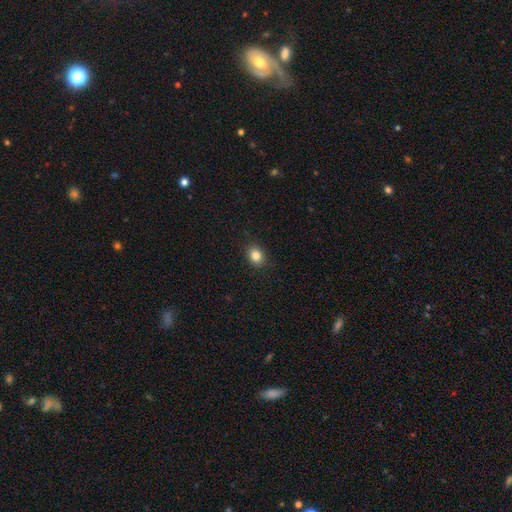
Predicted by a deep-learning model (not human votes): The model was most divided on "how rounded": round: 56%, in between: 43%, cigar-shaped: 1%. More confident: merging — none (88%); smooth or featured — smooth (84%).